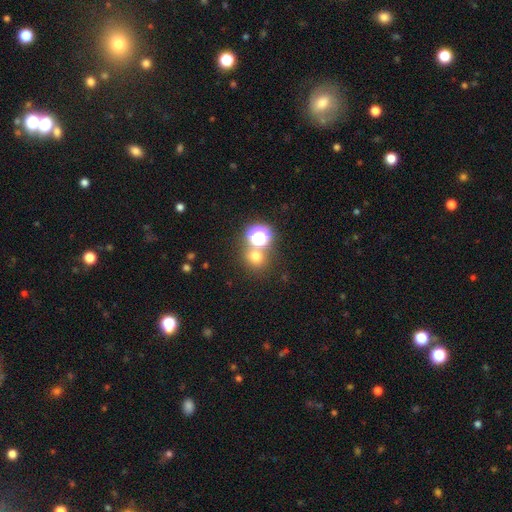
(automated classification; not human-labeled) Smooth or featured?
  - smooth: 65% *
  - star or artifact: 27%
  - featured or disk: 8%
How rounded?
  - round: 85% *
  - in between: 14%
  - cigar-shaped: 1%
Merging?
  - none: 67% *
  - merger: 22%
  - minor disturbance: 7%
  - major disturbance: 4%